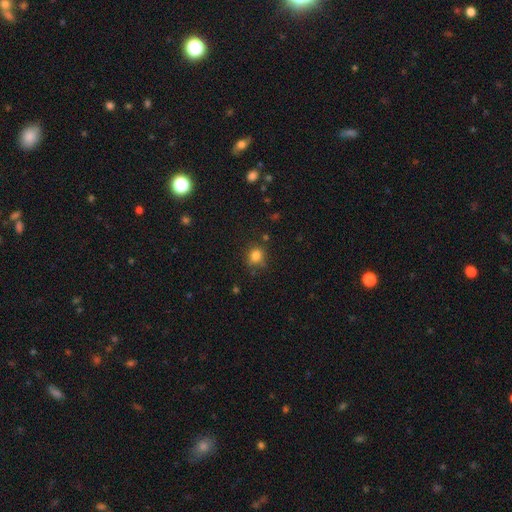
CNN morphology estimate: Q: Smooth or featured?
A: smooth (82%); runner-up: star or artifact (13%)
Q: How rounded?
A: round (76%); runner-up: in between (23%)
Q: Merging?
A: none (72%); runner-up: minor disturbance (19%)